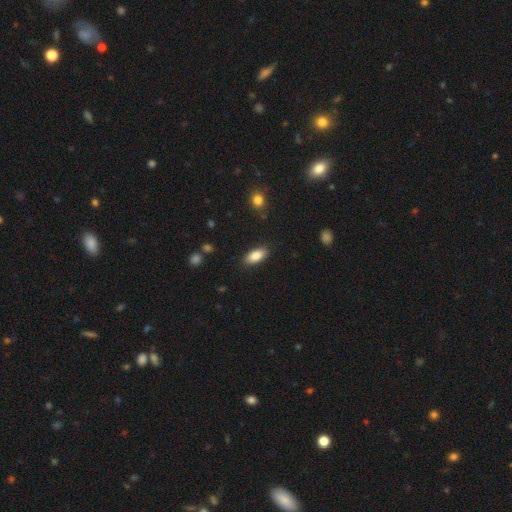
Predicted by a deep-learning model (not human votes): smooth 86%, featured or disk 7%, star or artifact 7%. Down the decision tree: how rounded — in between (85%); merging — none (86%).